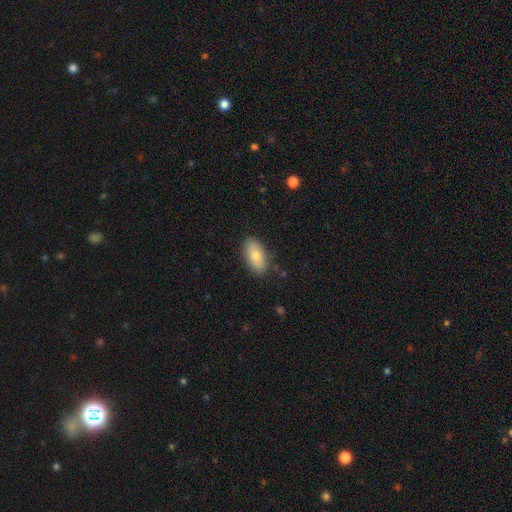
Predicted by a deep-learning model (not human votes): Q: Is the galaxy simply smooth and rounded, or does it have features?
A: smooth — 73%.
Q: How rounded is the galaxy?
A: in between — 91%.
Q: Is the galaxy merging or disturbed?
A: none — 85%.